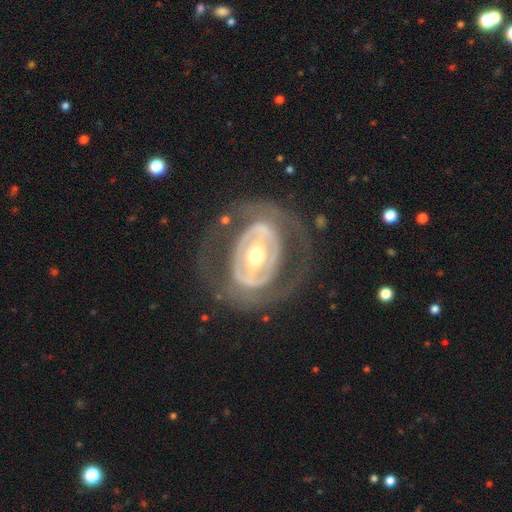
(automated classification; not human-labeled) Morphology: type=featured or disk (80%); edge-on=no (94%); bar=strong (38%); spiral arms=no (58%); bulge=moderate (67%); merging=none (69%).